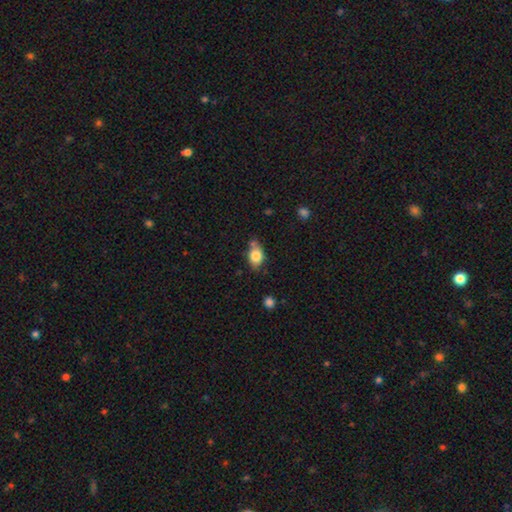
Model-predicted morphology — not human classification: Smooth or featured? smooth (81%)
How rounded? in between (74%)
Merging? none (60%)